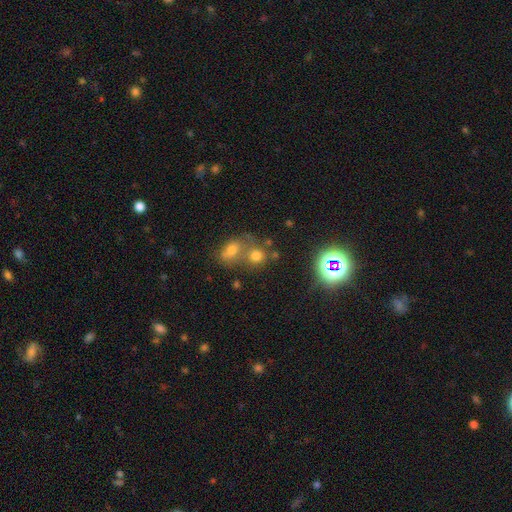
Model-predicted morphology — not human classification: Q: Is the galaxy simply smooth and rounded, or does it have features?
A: smooth — 63%.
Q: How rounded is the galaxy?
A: round — 77%.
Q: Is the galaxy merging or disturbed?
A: none — 45%.